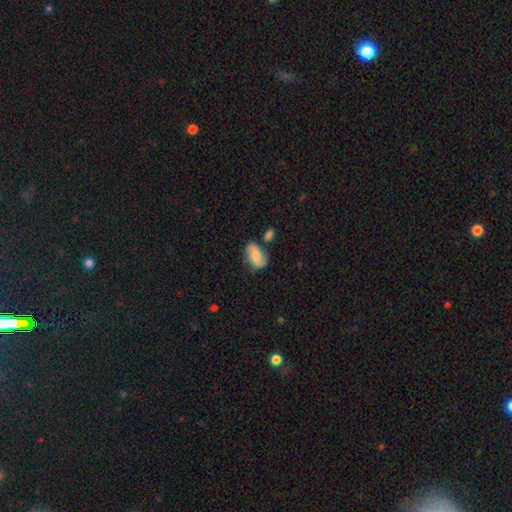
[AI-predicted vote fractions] The model was most divided on "smooth or featured": smooth: 47%, featured or disk: 44%, star or artifact: 8%. More confident: merging — none (59%).